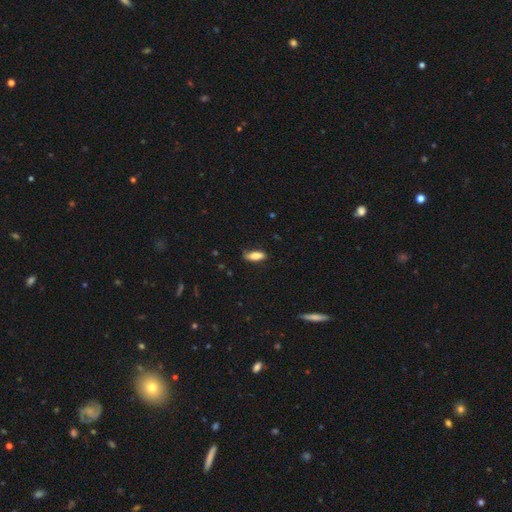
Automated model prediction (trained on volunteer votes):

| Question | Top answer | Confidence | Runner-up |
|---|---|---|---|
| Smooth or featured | smooth | 80% | featured or disk (13%) |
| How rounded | in between | 67% | cigar-shaped (30%) |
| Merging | none | 69% | minor disturbance (24%) |